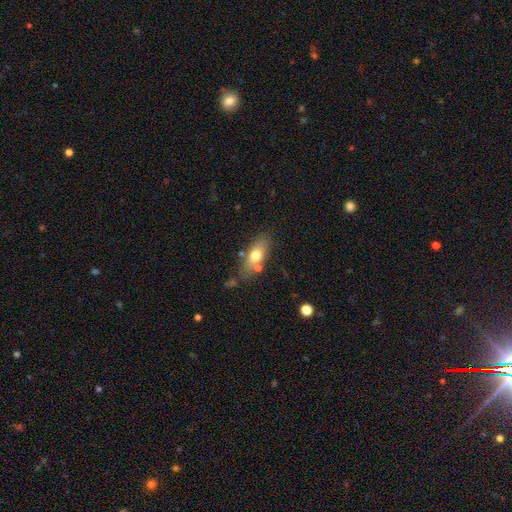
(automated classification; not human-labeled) Smooth or featured?
  - smooth: 68% *
  - featured or disk: 25%
  - star or artifact: 8%
How rounded?
  - in between: 75% *
  - cigar-shaped: 20%
  - round: 5%
Merging?
  - none: 69% *
  - minor disturbance: 17%
  - merger: 9%
  - major disturbance: 5%